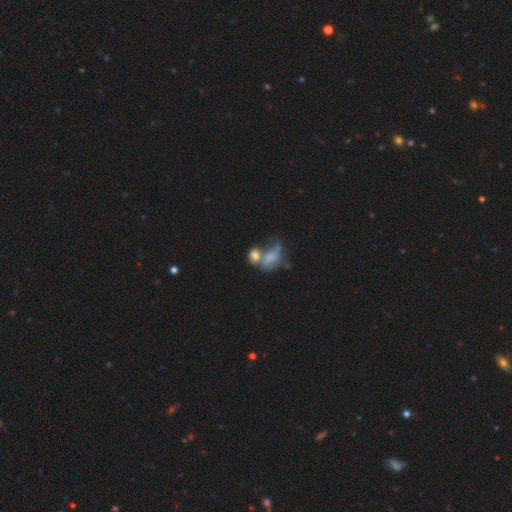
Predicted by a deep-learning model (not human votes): Q: Smooth or featured?
A: smooth (65%); runner-up: featured or disk (23%)
Q: How rounded?
A: in between (76%); runner-up: round (22%)
Q: Merging?
A: merger (55%); runner-up: none (18%)